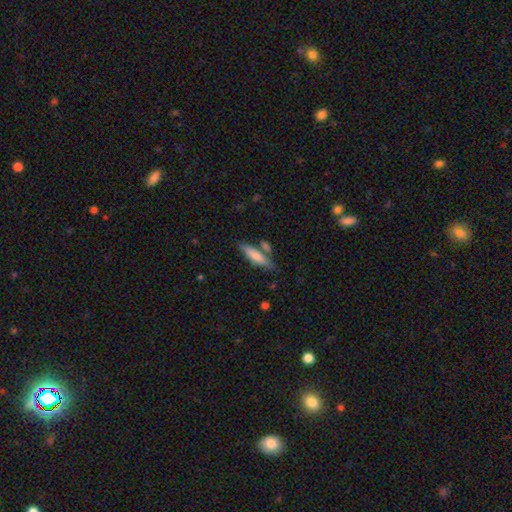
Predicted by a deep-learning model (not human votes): A smooth galaxy with no disk features (77%) that is cigar-shaped (67%). Merging: none (66%).